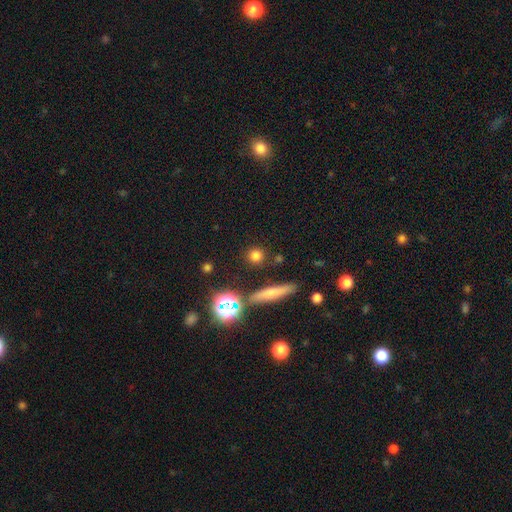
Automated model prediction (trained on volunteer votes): This appears to be a smooth galaxy with no disk features (73%) that is round (86%). Merging: none (85%).